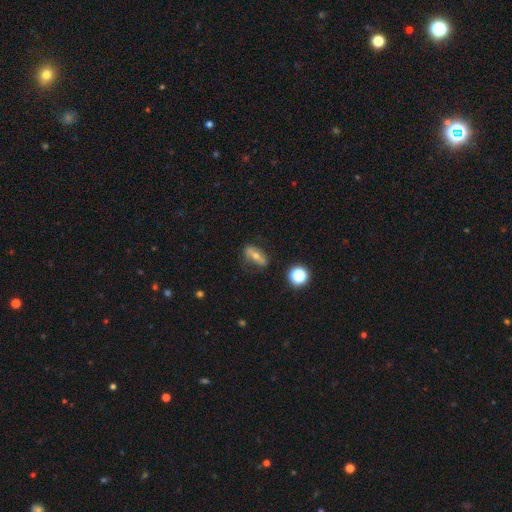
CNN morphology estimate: smooth-or-featured: smooth: 45% | featured or disk: 44% | star or artifact: 11%
  merging: none: 71% | minor disturbance: 20% | major disturbance: 7% | merger: 2%